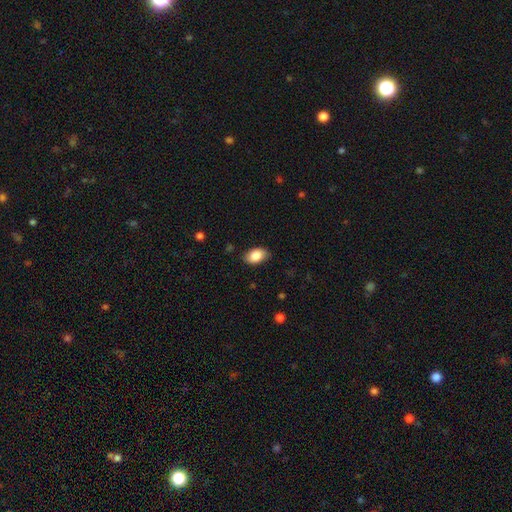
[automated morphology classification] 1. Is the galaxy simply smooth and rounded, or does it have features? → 87% smooth, 7% star or artifact, 6% featured or disk.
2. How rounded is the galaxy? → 91% in between, 8% round, 1% cigar-shaped.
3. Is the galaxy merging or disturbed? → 85% none, 12% minor disturbance, 2% major disturbance, 1% merger.